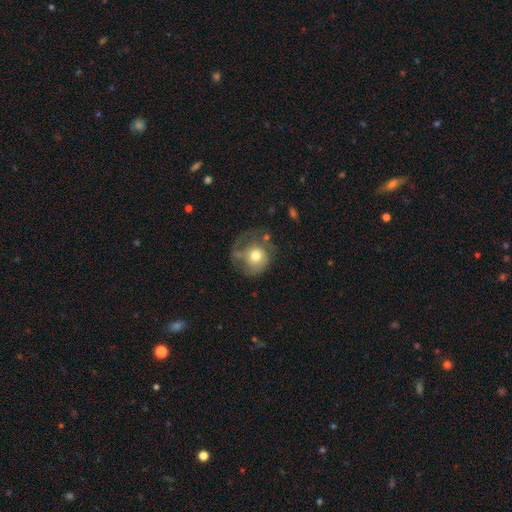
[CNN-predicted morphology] Overall: smooth (56%; featured or disk 36%). How rounded: round (83%). Merging: none (38%; major disturbance 32%).